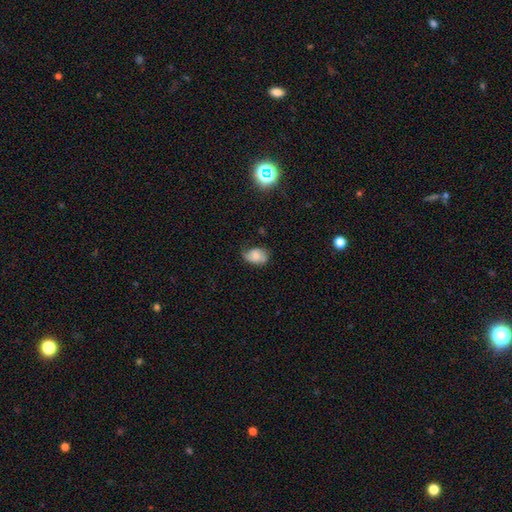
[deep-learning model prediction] This appears to be a smooth galaxy with no disk features (69%) that is in between round and cigar-shaped (81%). Merging: none (47%).